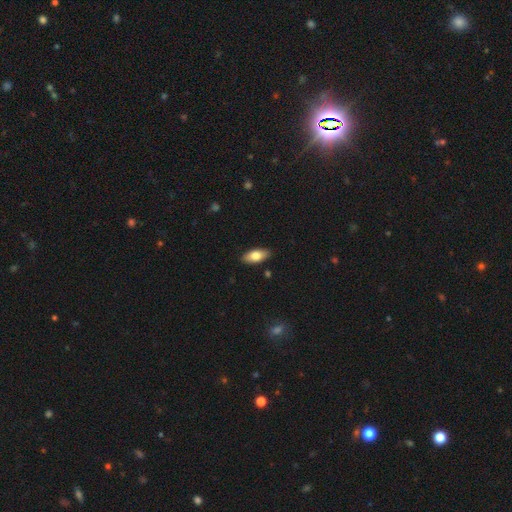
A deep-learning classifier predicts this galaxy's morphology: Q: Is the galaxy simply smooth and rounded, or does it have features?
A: smooth — 77%.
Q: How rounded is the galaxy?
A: in between — 87%.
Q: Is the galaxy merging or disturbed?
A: none — 88%.